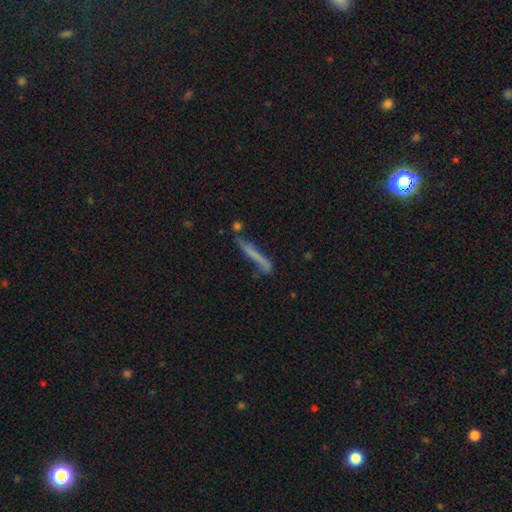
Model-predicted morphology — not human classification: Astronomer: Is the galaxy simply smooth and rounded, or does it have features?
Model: smooth — 52% (runner-up: featured or disk, 39%).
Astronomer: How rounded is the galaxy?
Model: cigar-shaped — 94%.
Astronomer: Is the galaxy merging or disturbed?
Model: none — 54%.